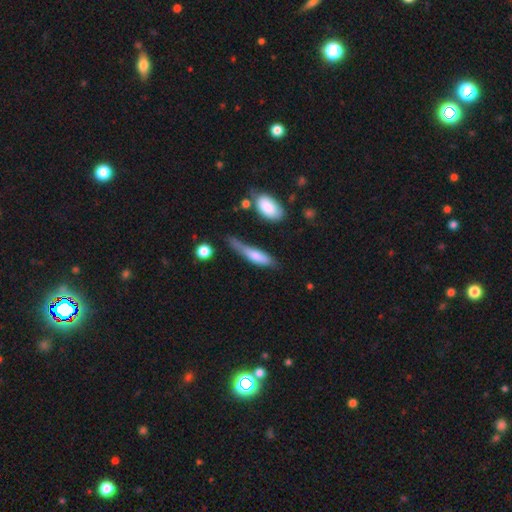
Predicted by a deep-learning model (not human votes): Q: Smooth or featured?
A: smooth (69%); runner-up: featured or disk (24%)
Q: How rounded?
A: cigar-shaped (65%); runner-up: in between (32%)
Q: Merging?
A: none (36%); runner-up: minor disturbance (34%)